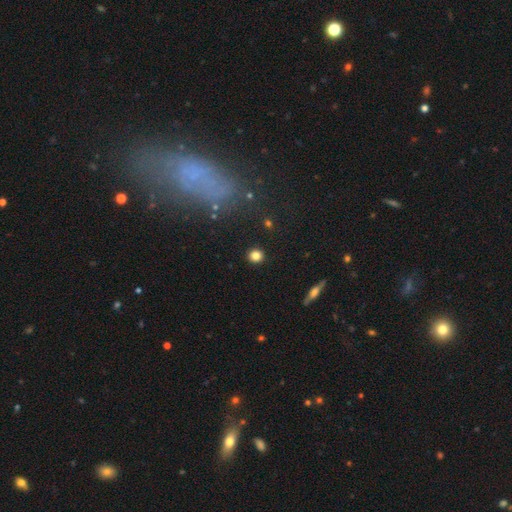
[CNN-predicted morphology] The model was most divided on "smooth or featured": smooth: 83%, star or artifact: 11%, featured or disk: 5%. More confident: merging — none (92%); how rounded — round (91%).